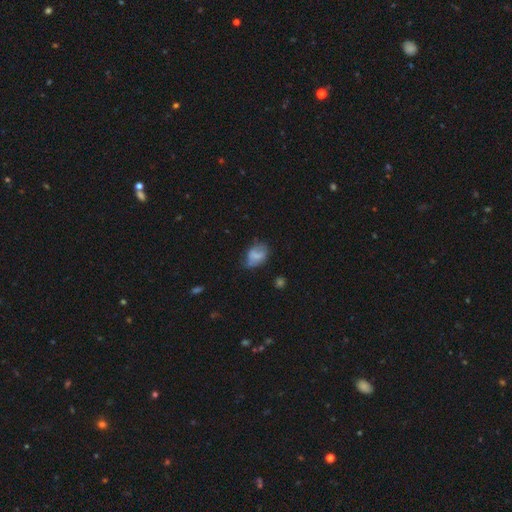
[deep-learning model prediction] Smooth or featured? Predicted: smooth (p=0.60). How rounded? Predicted: in between (p=0.72). Merging? Predicted: none (p=0.45).